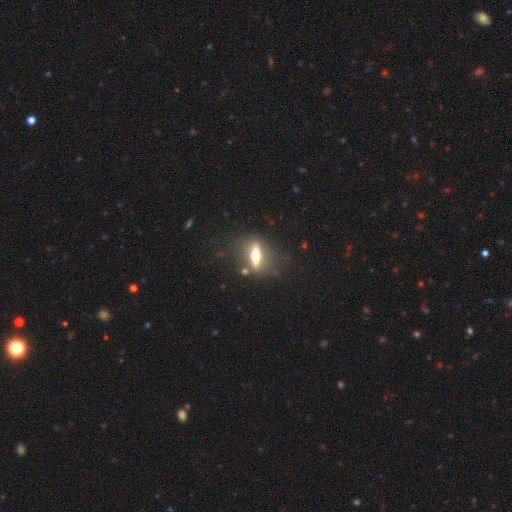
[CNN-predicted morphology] smooth_or_featured: featured or disk (p=0.59) [alt: smooth p=0.33]
disk_edge_on: yes (p=0.78) [alt: no p=0.22]
merging: none (p=0.75) [alt: minor disturbance p=0.13]